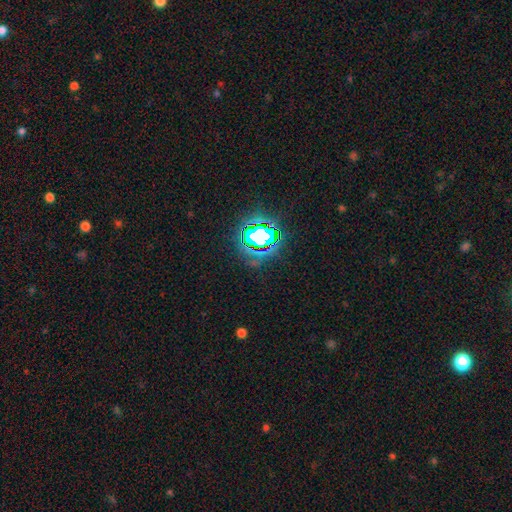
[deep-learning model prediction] The model was most divided on "smooth or featured": star or artifact: 80%, smooth: 13%, featured or disk: 7%.